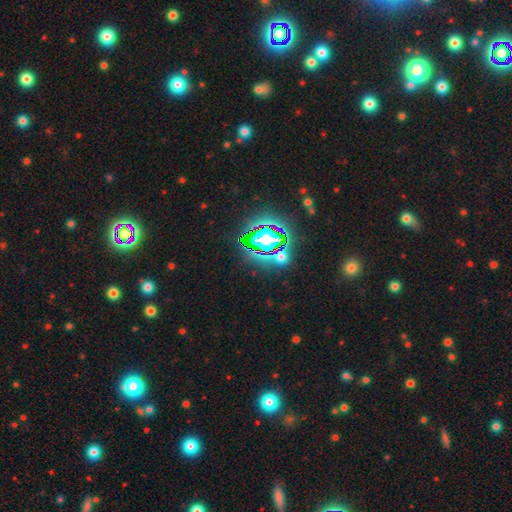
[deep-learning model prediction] This appears to be a star or artifact, not a galaxy (82%).